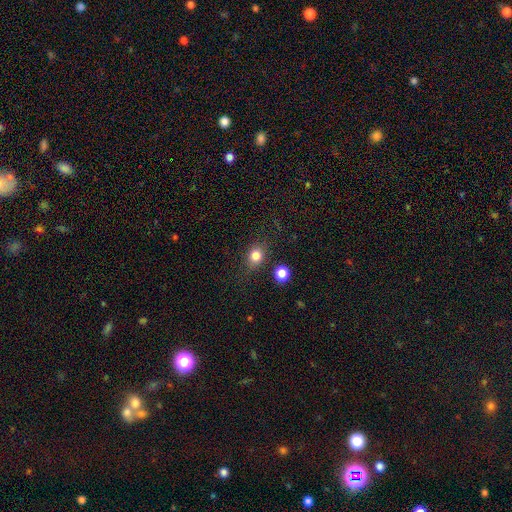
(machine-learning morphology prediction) The model was most divided on "how rounded": round: 58%, in between: 41%, cigar-shaped: 1%. More confident: smooth or featured — smooth (81%); merging — none (78%).